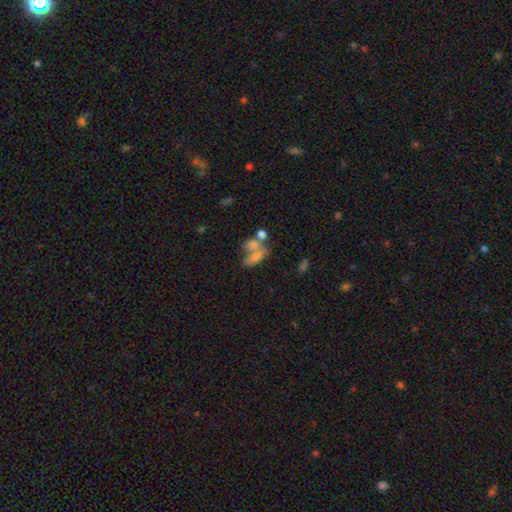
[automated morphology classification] Smooth or featured? Predicted: smooth (p=0.60). How rounded? Predicted: in between (p=0.71). Merging? Predicted: merger (p=0.45).